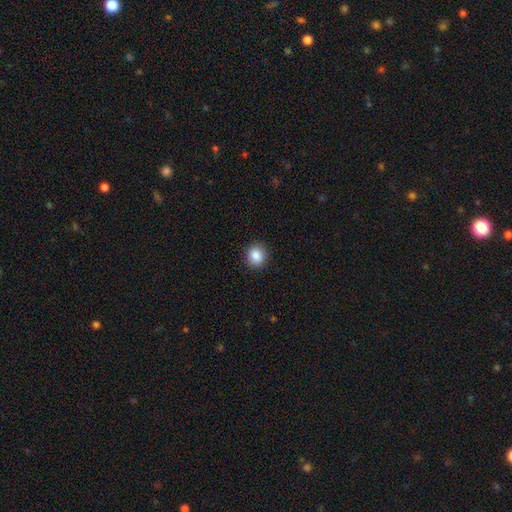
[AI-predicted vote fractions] Smooth or featured? Predicted: smooth (p=0.87). How rounded? Predicted: round (p=0.85). Merging? Predicted: none (p=0.91).